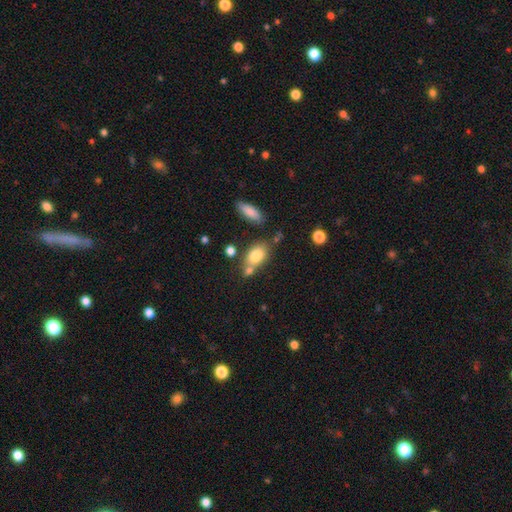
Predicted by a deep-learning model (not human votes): Smooth or featured?
  - smooth: 79% *
  - featured or disk: 13%
  - star or artifact: 9%
How rounded?
  - in between: 83% *
  - round: 13%
  - cigar-shaped: 4%
Merging?
  - none: 52% *
  - merger: 27%
  - minor disturbance: 16%
  - major disturbance: 5%